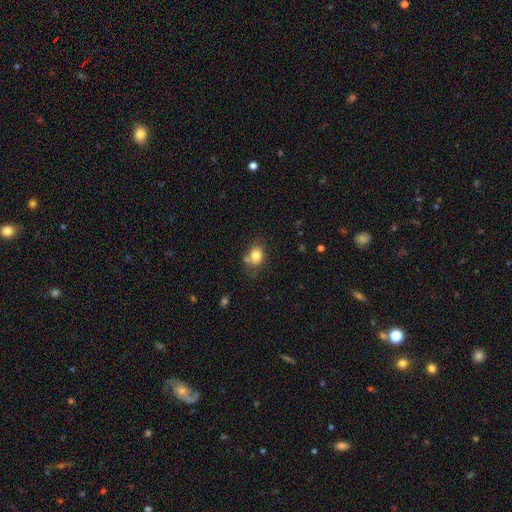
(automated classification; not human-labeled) This is likely a smooth galaxy (80%). How rounded: possibly in between (51%). Merging: possibly none (56%).